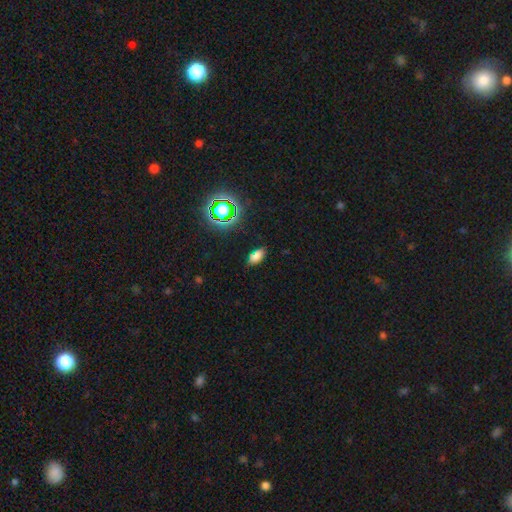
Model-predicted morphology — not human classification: A smooth galaxy with no disk features (70%) that is in between round and cigar-shaped (89%).

Vote fractions:
- Smooth or featured? smooth: 70% / star or artifact: 23% / featured or disk: 7%
- How rounded? in between: 89% / cigar-shaped: 6% / round: 5%
- Merging? none: 79% / minor disturbance: 15% / major disturbance: 4% / merger: 3%